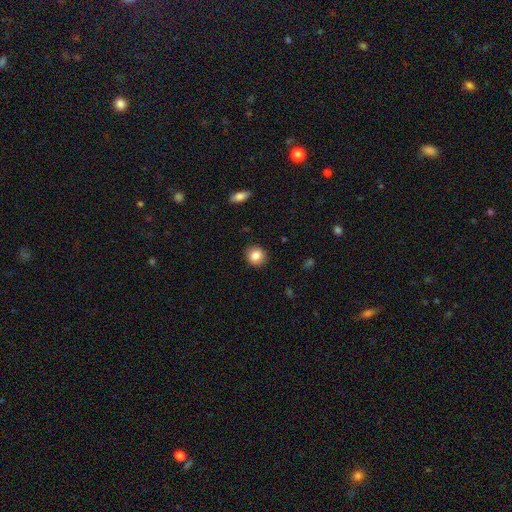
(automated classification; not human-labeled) This is clearly a smooth galaxy (85%). How rounded: clearly round (87%). Merging: clearly none (91%).